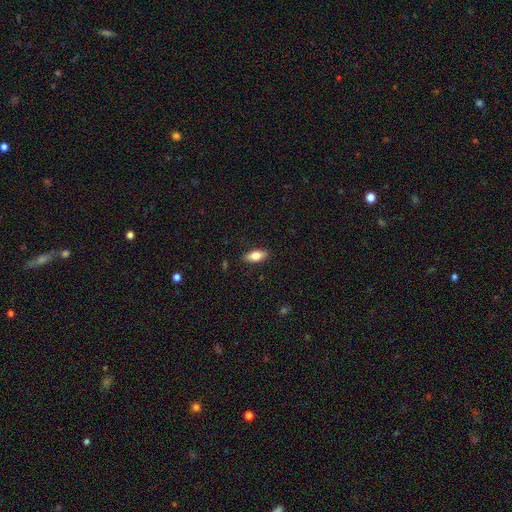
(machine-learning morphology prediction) Smooth or featured: smooth — 76% (featured or disk — 17%)
How rounded: in between — 82% (cigar-shaped — 15%)
Merging: none — 88% (minor disturbance — 9%)